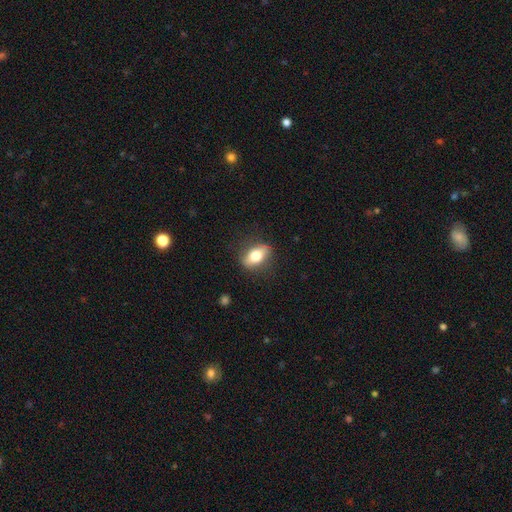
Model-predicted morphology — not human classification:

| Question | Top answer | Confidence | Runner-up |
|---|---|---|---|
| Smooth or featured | smooth | 71% | featured or disk (22%) |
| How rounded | in between | 81% | cigar-shaped (10%) |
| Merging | none | 82% | minor disturbance (13%) |